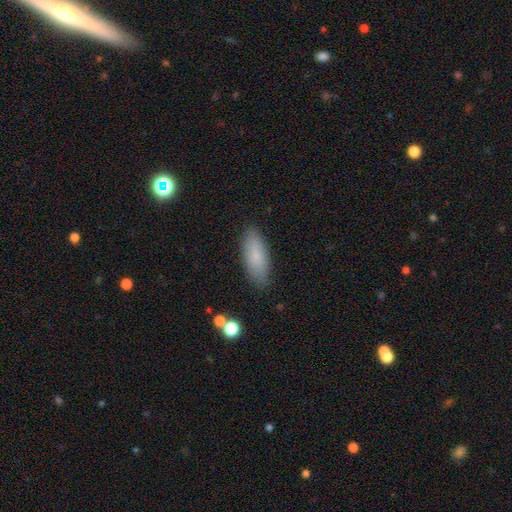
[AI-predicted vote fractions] The model was most divided on "how rounded": in between: 77%, cigar-shaped: 21%, round: 2%. More confident: merging — none (85%); smooth or featured — smooth (80%).